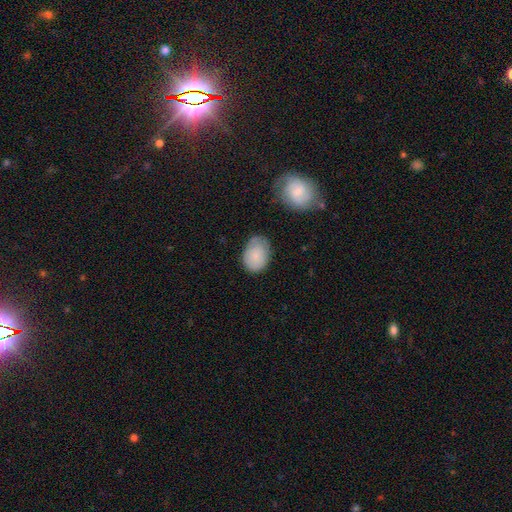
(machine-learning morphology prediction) Q: Smooth or featured?
A: smooth (83%); runner-up: featured or disk (10%)
Q: How rounded?
A: in between (78%); runner-up: round (21%)
Q: Merging?
A: none (65%); runner-up: minor disturbance (27%)